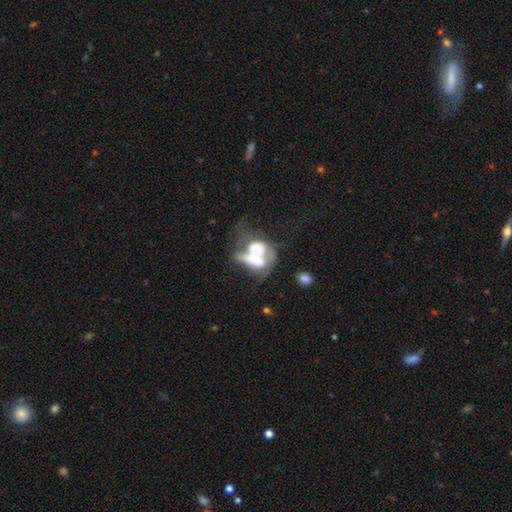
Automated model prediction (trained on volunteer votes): A featured or disk galaxy (54%) with no bar (84%), no spiral arms (90%) and no central bulge (35%).

Vote fractions:
- Smooth or featured? featured or disk: 54% / smooth: 34% / star or artifact: 12%
- Edge-on disk? no: 95% / yes: 5%
- Bar? no: 84% / weak: 8% / strong: 8%
- Spiral arms? no: 90% / yes: 10%
- Bulge size? none: 35% / large: 24% / moderate: 19% / dominant: 13% / small: 10%
- Merging? merger: 54% / major disturbance: 26% / none: 12% / minor disturbance: 8%